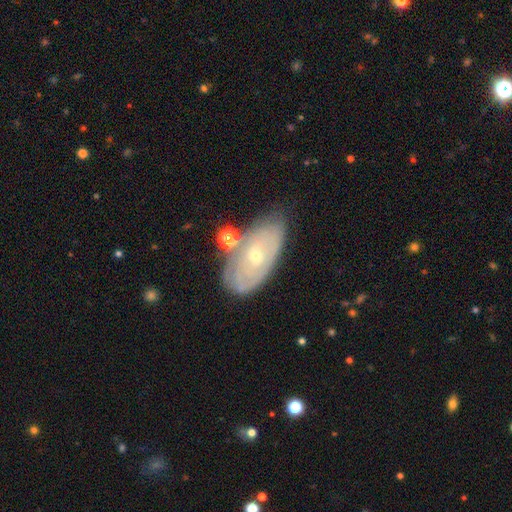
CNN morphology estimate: Smooth or featured: featured or disk — 68% (smooth — 25%)
Edge-on disk: no — 92% (yes — 8%)
Bar: no — 75% (weak — 20%)
Spiral arms: yes — 68% (no — 32%)
Bulge size: small — 61% (moderate — 35%)
Merging: none — 61% (minor disturbance — 23%)